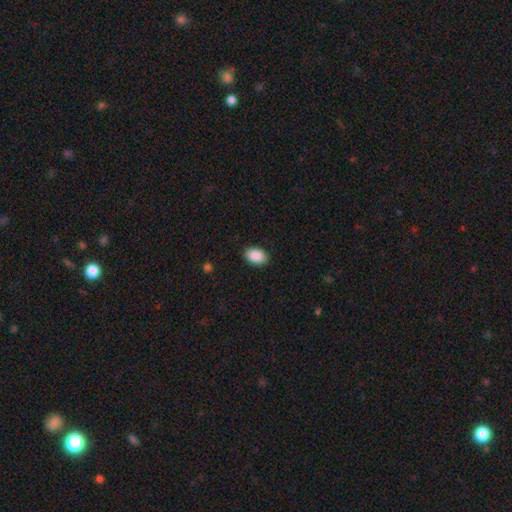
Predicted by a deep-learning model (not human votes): A smooth galaxy with no disk features (90%) that is in between round and cigar-shaped (87%). Merging: none (88%).